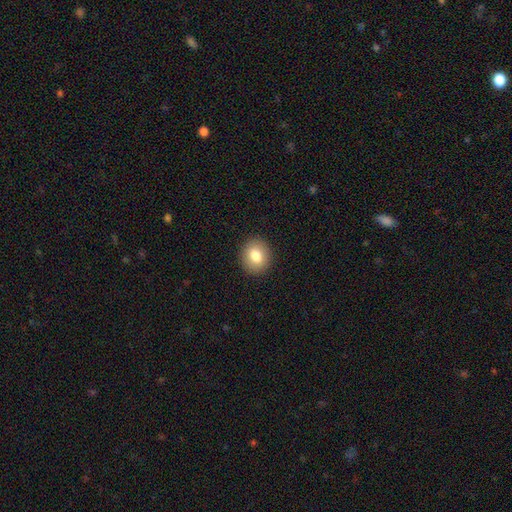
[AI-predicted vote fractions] Overall: smooth (81%). How rounded: round (72%). Merging: none (91%).